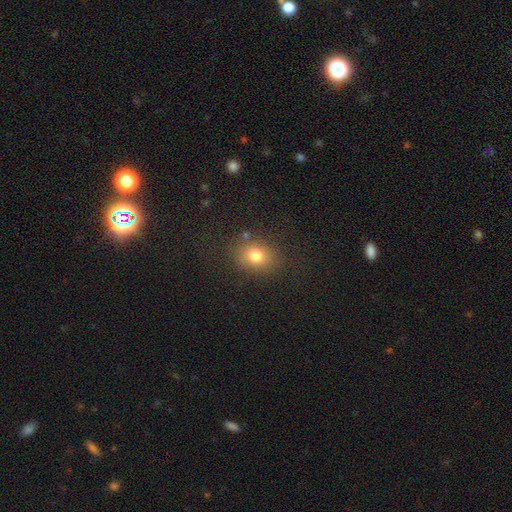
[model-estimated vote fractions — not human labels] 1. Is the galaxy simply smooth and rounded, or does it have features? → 77% smooth, 14% star or artifact, 9% featured or disk.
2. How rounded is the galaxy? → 52% round, 47% in between, 1% cigar-shaped.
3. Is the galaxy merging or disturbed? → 81% none, 12% minor disturbance, 5% major disturbance, 3% merger.